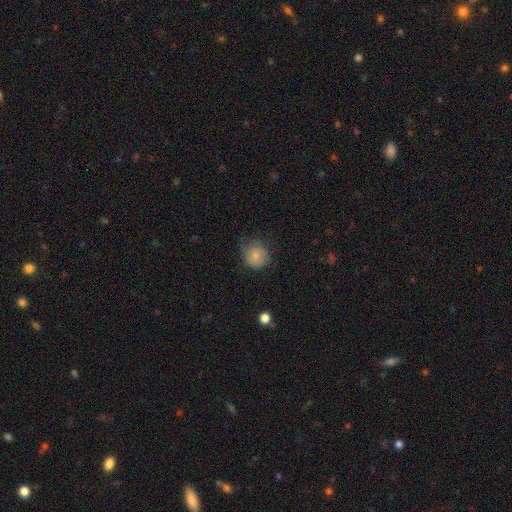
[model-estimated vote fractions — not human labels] Morphology: type=smooth (79%); roundness=round (85%); merging=none (61%).